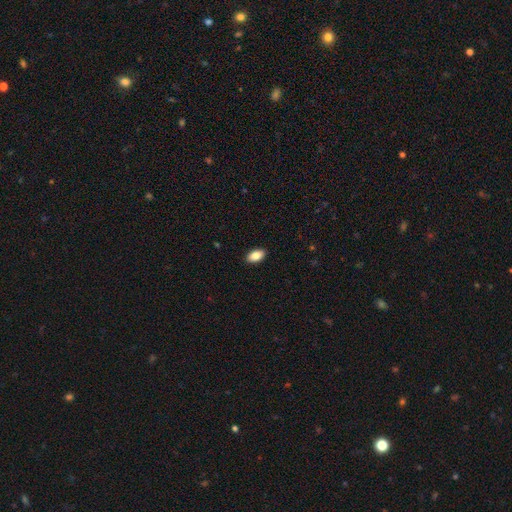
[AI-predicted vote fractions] Smooth or featured?
  - smooth: 86% *
  - featured or disk: 7%
  - star or artifact: 7%
How rounded?
  - in between: 93% *
  - round: 5%
  - cigar-shaped: 2%
Merging?
  - none: 91% *
  - minor disturbance: 7%
  - major disturbance: 2%
  - merger: 1%